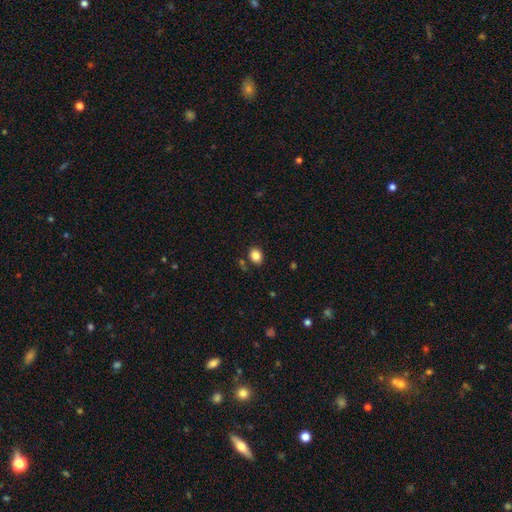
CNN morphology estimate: This appears to be a smooth galaxy with no disk features (85%) that is in between round and cigar-shaped (58%). Merging: none (80%).